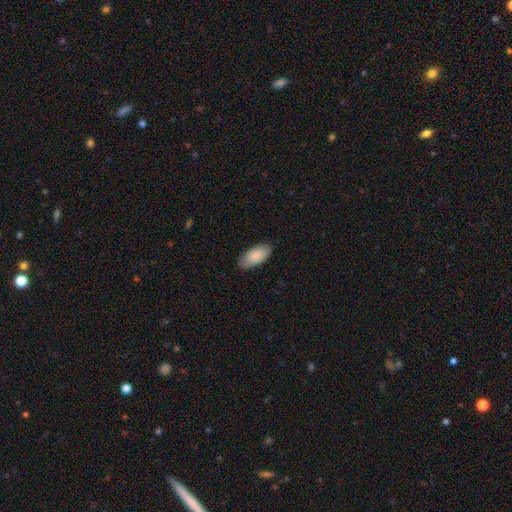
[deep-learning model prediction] Overall: smooth (88%). How rounded: in between (93%). Merging: none (84%).